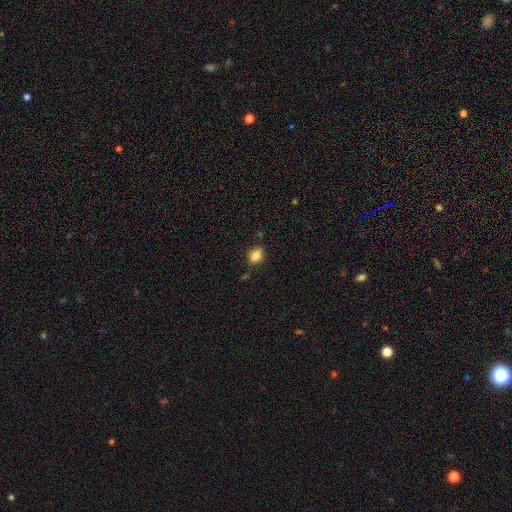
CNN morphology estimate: smooth-or-featured: smooth: 82% | star or artifact: 10% | featured or disk: 8%
  how-rounded: in between: 66% | round: 33% | cigar-shaped: 2%
  merging: none: 77% | minor disturbance: 16% | merger: 4% | major disturbance: 3%